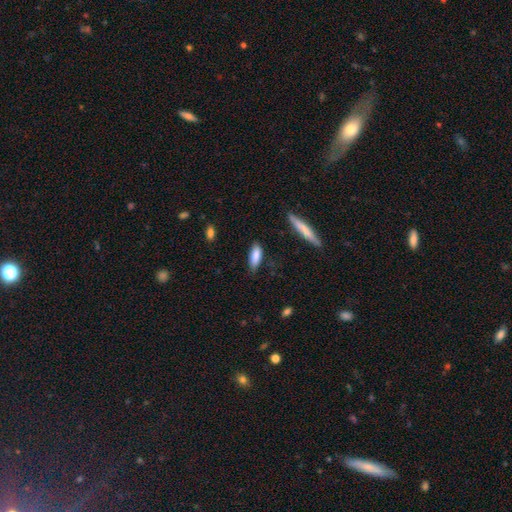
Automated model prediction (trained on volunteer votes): Q: Smooth or featured?
A: smooth (82%); runner-up: featured or disk (12%)
Q: How rounded?
A: in between (53%); runner-up: cigar-shaped (46%)
Q: Merging?
A: none (78%); runner-up: minor disturbance (17%)